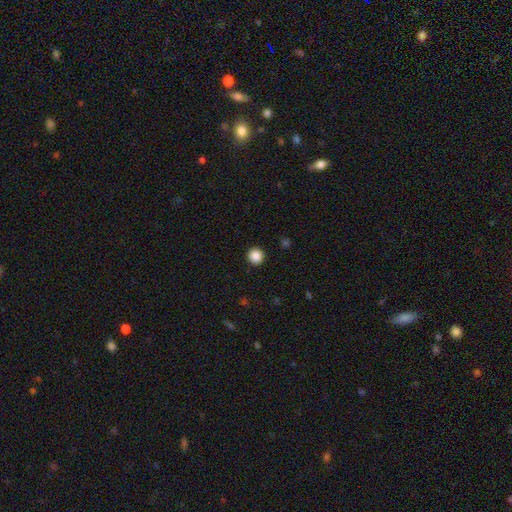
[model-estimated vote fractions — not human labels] This is clearly a smooth galaxy (87%). How rounded: clearly round (95%). Merging: clearly none (93%).